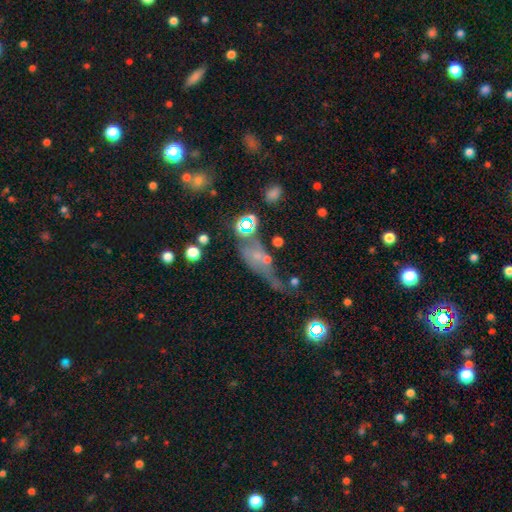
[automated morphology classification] A smooth galaxy with no disk features (41%).

Vote fractions:
- Smooth or featured? smooth: 41% / featured or disk: 34% / star or artifact: 25%
- Merging? major disturbance: 30% / none: 28% / merger: 21% / minor disturbance: 21%